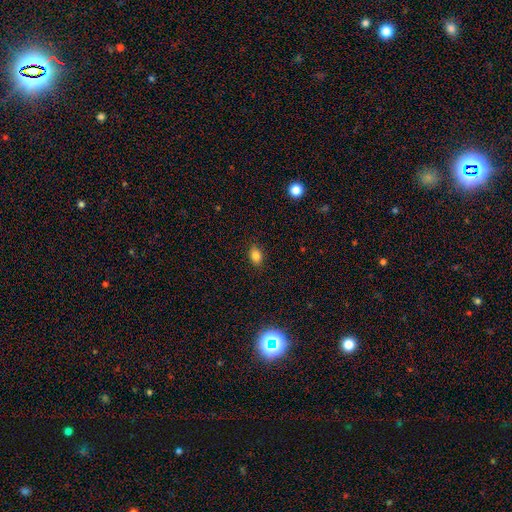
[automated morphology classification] Smooth or featured: smooth — 83% (star or artifact — 11%)
How rounded: in between — 74% (round — 24%)
Merging: none — 86% (minor disturbance — 11%)